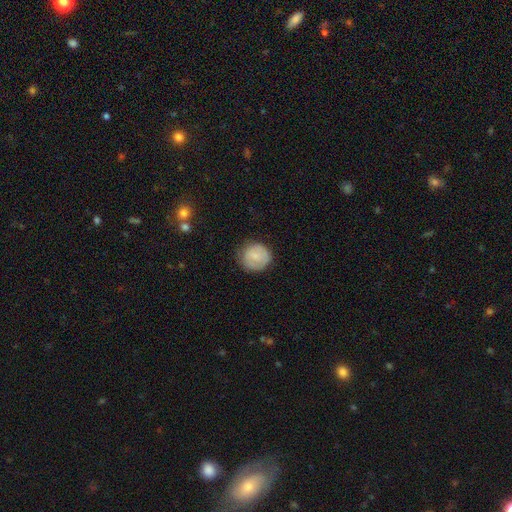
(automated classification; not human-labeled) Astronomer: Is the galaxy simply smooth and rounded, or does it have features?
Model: smooth — 74%.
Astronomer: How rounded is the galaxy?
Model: round — 88%.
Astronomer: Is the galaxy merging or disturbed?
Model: none — 75%.